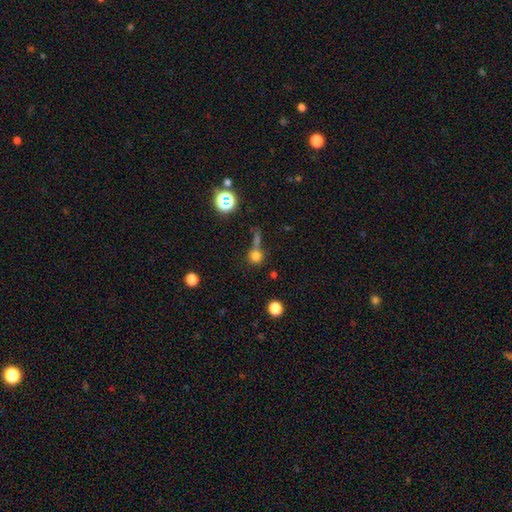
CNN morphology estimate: type=smooth (74%); roundness=round (89%); merging=none (50%).